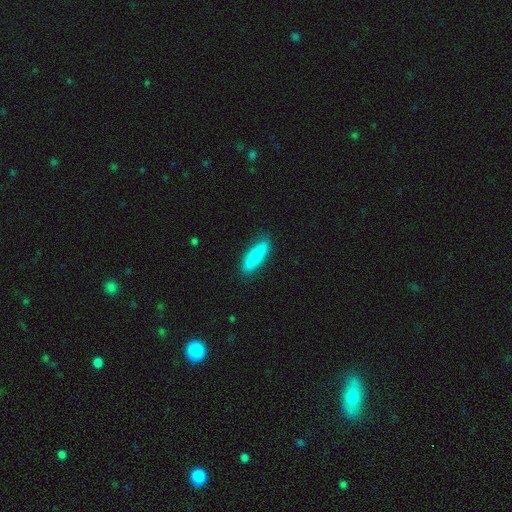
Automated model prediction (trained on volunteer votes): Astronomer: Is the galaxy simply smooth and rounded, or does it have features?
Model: smooth — 65%.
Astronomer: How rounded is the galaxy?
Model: in between — 69%.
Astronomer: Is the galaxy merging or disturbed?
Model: none — 83%.